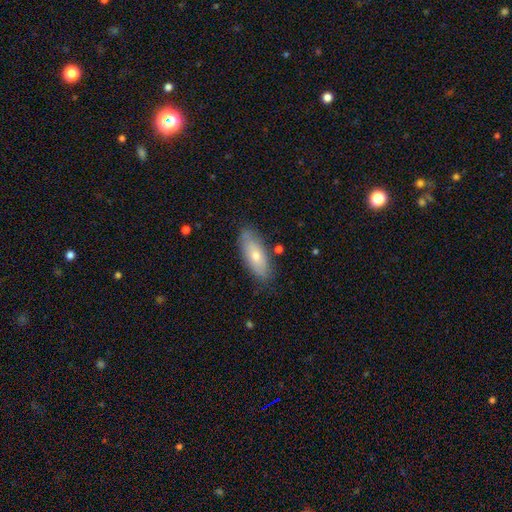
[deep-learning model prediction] smooth 60%, featured or disk 33%, star or artifact 7%. Down the decision tree: how rounded — in between (75%); merging — none (80%).